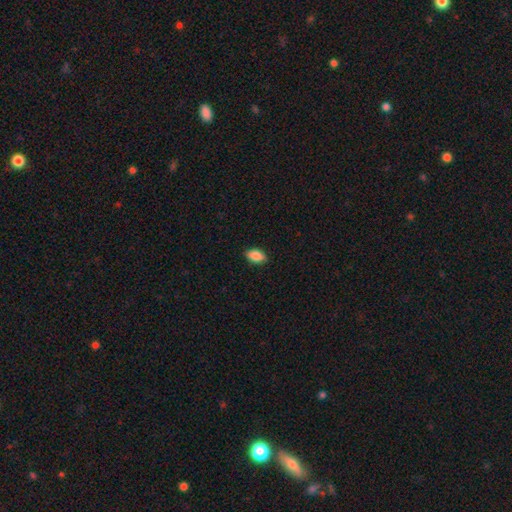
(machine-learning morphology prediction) Smooth or featured?
  - smooth: 89% *
  - star or artifact: 7%
  - featured or disk: 4%
How rounded?
  - in between: 92% *
  - round: 6%
  - cigar-shaped: 2%
Merging?
  - none: 88% *
  - minor disturbance: 9%
  - major disturbance: 2%
  - merger: 1%